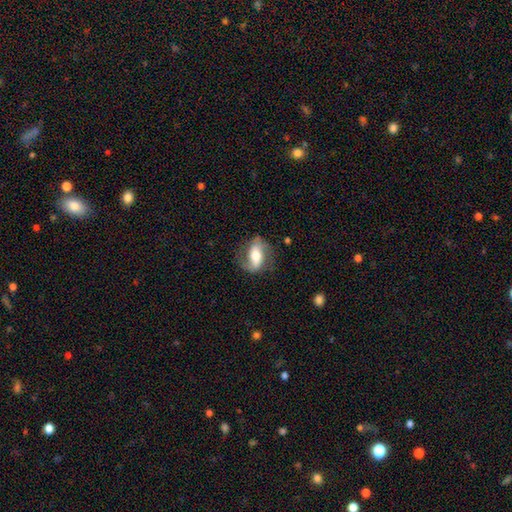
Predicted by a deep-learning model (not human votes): Smooth or featured: featured or disk — 65% (smooth — 29%)
Edge-on disk: no — 91% (yes — 9%)
Bar: strong — 41% (weak — 32%)
Spiral arms: yes — 84% (no — 16%)
Bulge size: moderate — 58% (large — 23%)
Merging: none — 71% (minor disturbance — 18%)